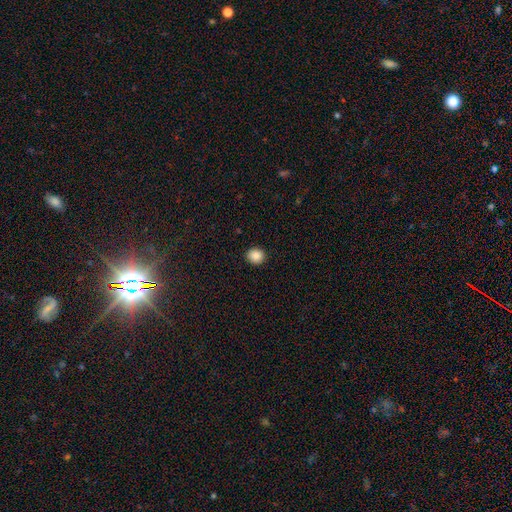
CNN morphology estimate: Smooth or featured? Predicted: smooth (p=0.87). How rounded? Predicted: round (p=0.86). Merging? Predicted: none (p=0.92).